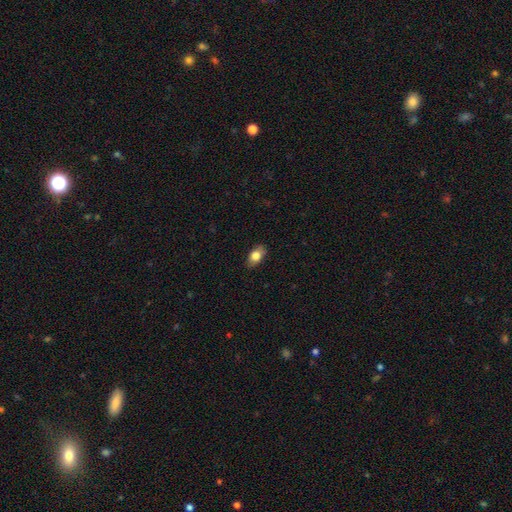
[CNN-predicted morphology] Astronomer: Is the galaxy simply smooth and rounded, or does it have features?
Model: smooth — 81%.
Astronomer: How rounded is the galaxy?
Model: in between — 86%.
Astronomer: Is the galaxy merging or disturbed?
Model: none — 83%.